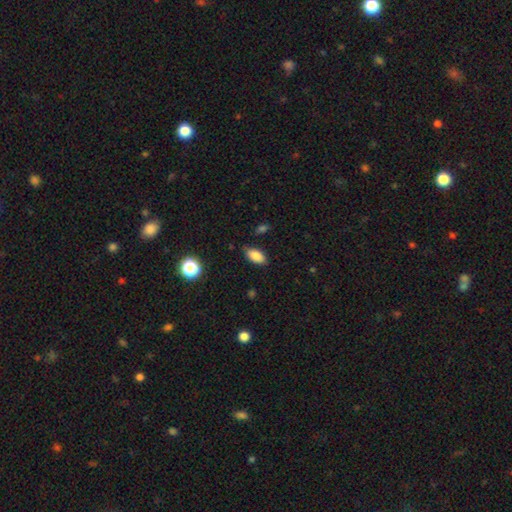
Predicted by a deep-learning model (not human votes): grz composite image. It shows a smooth galaxy with no disk features (84%) that is in between round and cigar-shaped (90%). Merging: none (82%).